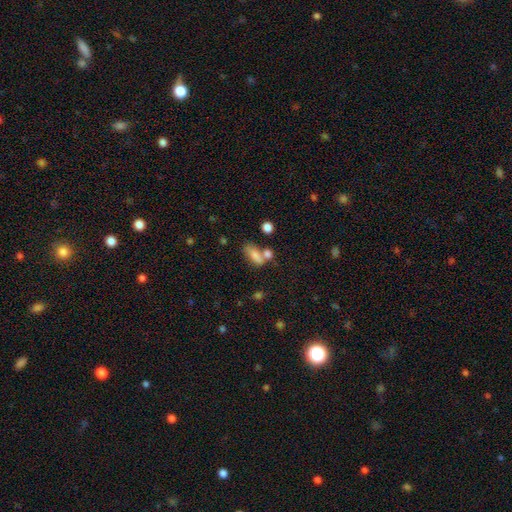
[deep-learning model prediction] Q: Smooth or featured?
A: smooth (77%); runner-up: featured or disk (13%)
Q: How rounded?
A: in between (73%); runner-up: cigar-shaped (20%)
Q: Merging?
A: none (41%); runner-up: merger (34%)